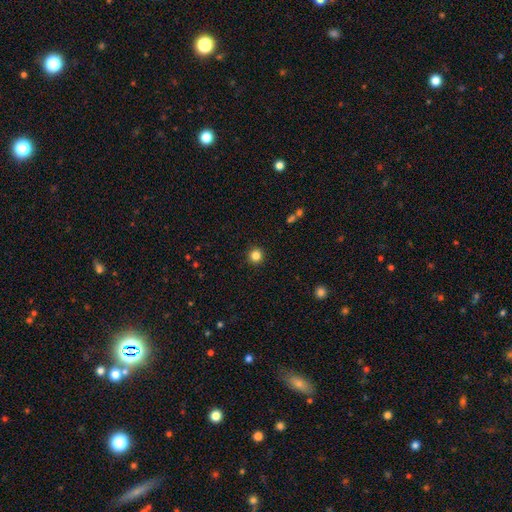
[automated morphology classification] Smooth or featured? smooth (83%)
How rounded? round (95%)
Merging? none (93%)